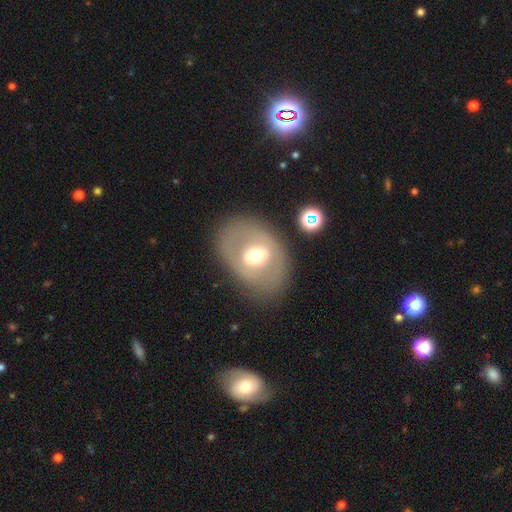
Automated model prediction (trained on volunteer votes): This is possibly a featured or disk galaxy (51%). It is clearly not viewed edge-on (90%). Merging: likely none (77%).